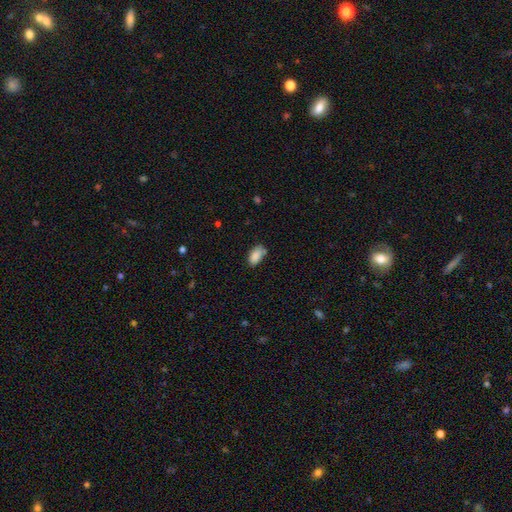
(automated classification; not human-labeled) This is clearly a smooth galaxy (87%). How rounded: clearly in between (93%). Merging: likely none (67%).